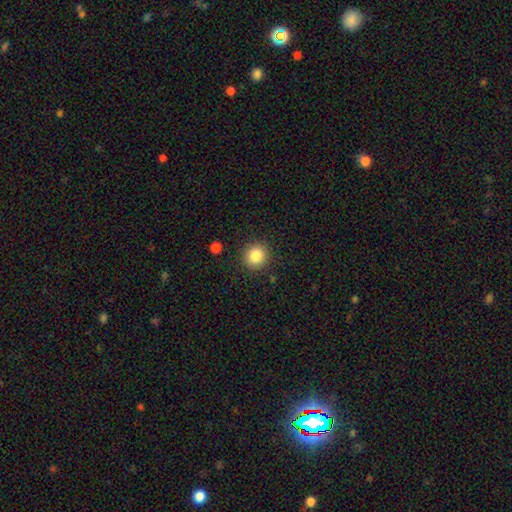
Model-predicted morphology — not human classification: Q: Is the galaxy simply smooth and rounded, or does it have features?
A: smooth — 85%.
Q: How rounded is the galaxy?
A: round — 90%.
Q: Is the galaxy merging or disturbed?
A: none — 89%.